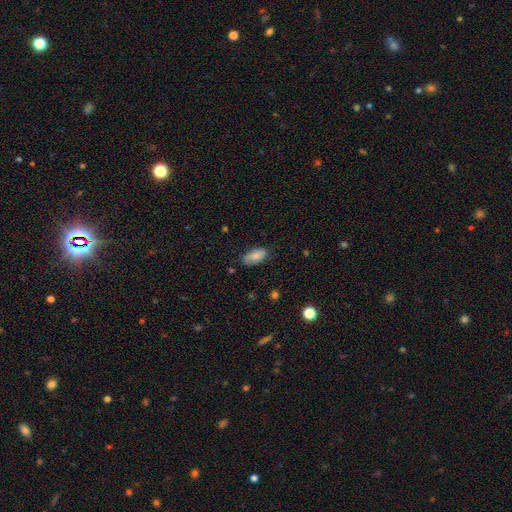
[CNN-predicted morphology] Q: Smooth or featured?
A: smooth (82%); runner-up: featured or disk (11%)
Q: How rounded?
A: in between (90%); runner-up: cigar-shaped (7%)
Q: Merging?
A: none (78%); runner-up: minor disturbance (18%)